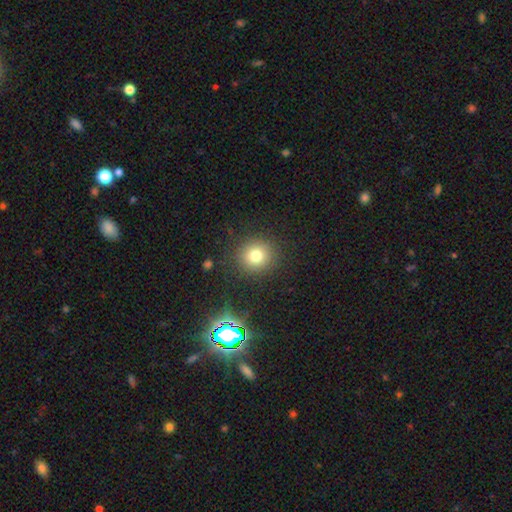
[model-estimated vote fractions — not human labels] The model was most divided on "smooth or featured": smooth: 75%, star or artifact: 17%, featured or disk: 9%. More confident: how rounded — round (90%); merging — none (88%).